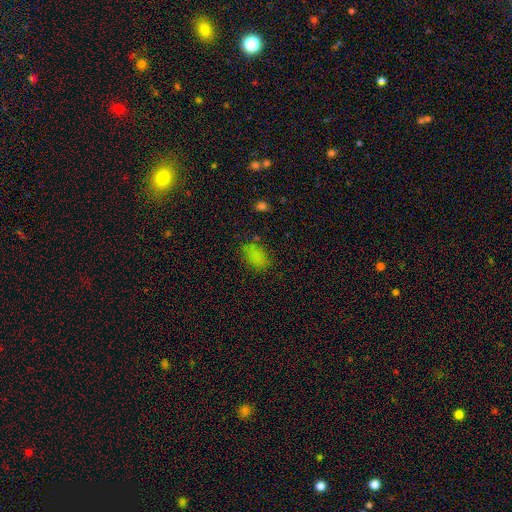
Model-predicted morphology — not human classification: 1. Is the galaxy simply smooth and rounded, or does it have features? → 75% smooth, 19% star or artifact, 6% featured or disk.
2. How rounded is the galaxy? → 87% in between, 10% round, 3% cigar-shaped.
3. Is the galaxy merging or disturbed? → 75% none, 16% minor disturbance, 6% major disturbance, 3% merger.